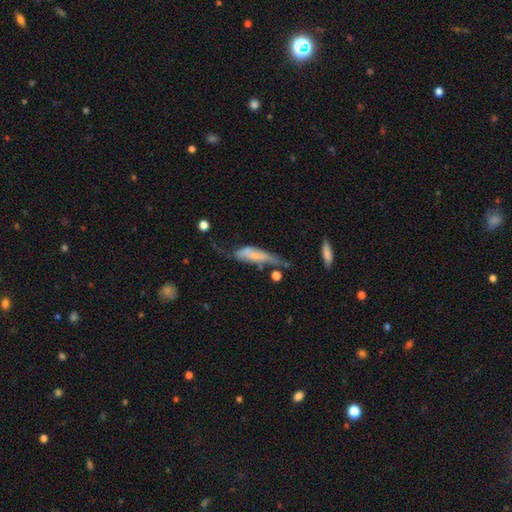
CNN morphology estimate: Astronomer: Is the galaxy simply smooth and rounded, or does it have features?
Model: smooth — 51% (runner-up: featured or disk, 41%).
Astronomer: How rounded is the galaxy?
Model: in between — 49% (runner-up: cigar-shaped, 48%).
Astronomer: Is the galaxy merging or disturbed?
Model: major disturbance — 39% (runner-up: minor disturbance, 27%).